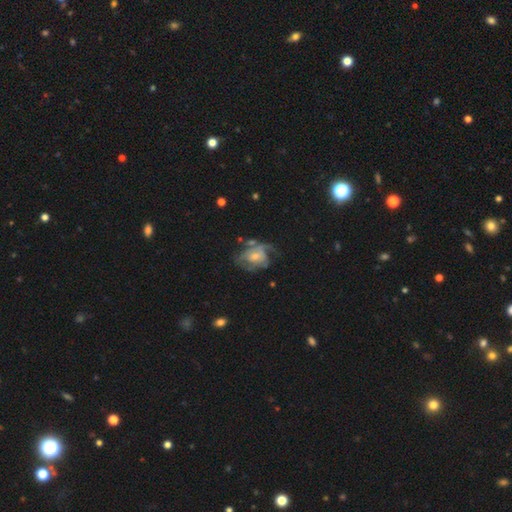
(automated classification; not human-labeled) A featured or disk galaxy (71%) with no bar (66%), medium (41%) spiral arms (76%) and a moderate central bulge (45%). Merging: none (37%).